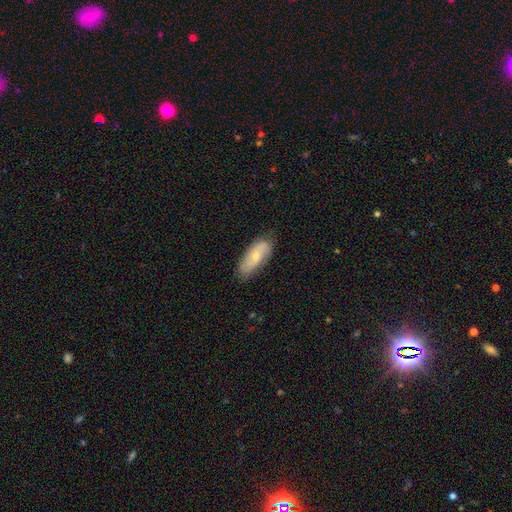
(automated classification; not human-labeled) Smooth or featured?
  - featured or disk: 47% *
  - smooth: 46%
  - star or artifact: 6%
Merging?
  - none: 76% *
  - minor disturbance: 19%
  - major disturbance: 4%
  - merger: 1%